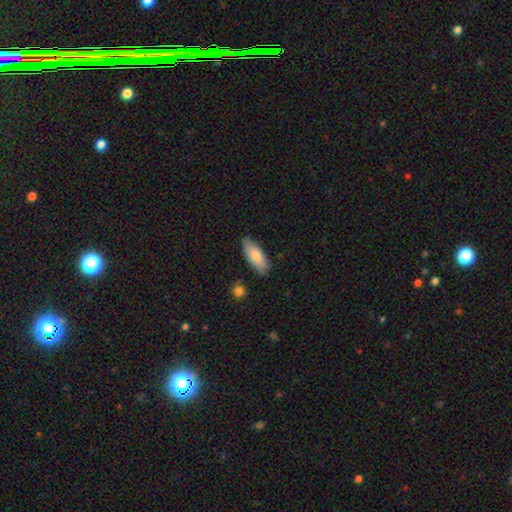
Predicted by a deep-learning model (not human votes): A smooth galaxy with no disk features (80%) that is in between round and cigar-shaped (78%). Merging: none (82%).